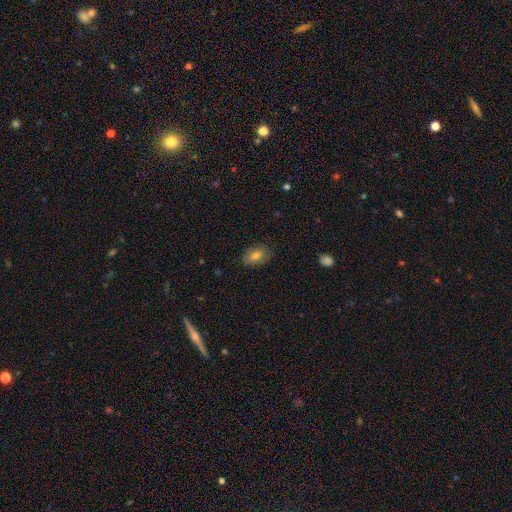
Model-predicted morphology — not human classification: Overall: smooth (75%). How rounded: in between (85%). Merging: none (83%).